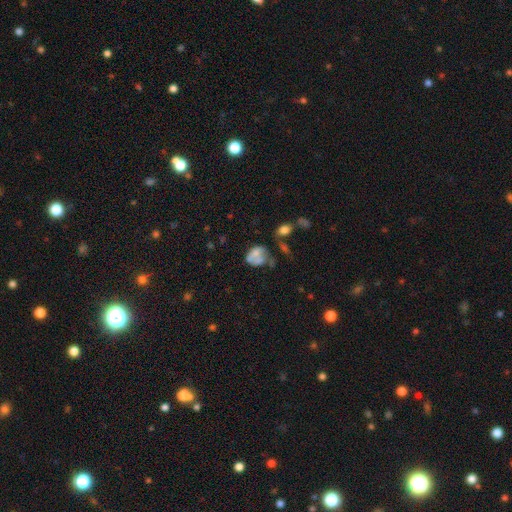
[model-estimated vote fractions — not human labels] A smooth galaxy with no disk features (52%) that is in between round and cigar-shaped (66%). Merging: merger (27%, tied with major disturbance).